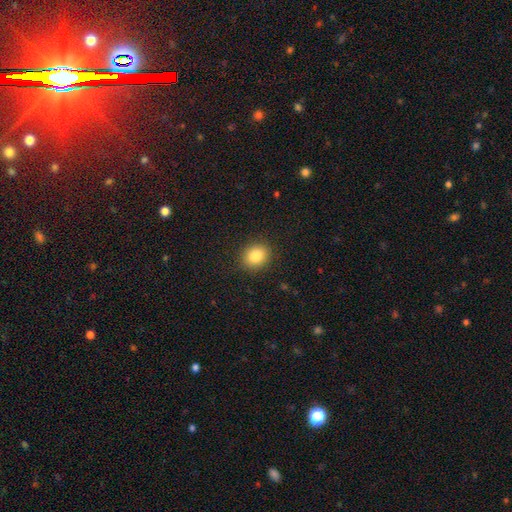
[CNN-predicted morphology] Smooth or featured?
  - smooth: 84% *
  - star or artifact: 9%
  - featured or disk: 6%
How rounded?
  - round: 64% *
  - in between: 35%
  - cigar-shaped: 1%
Merging?
  - none: 90% *
  - minor disturbance: 7%
  - major disturbance: 2%
  - merger: 1%